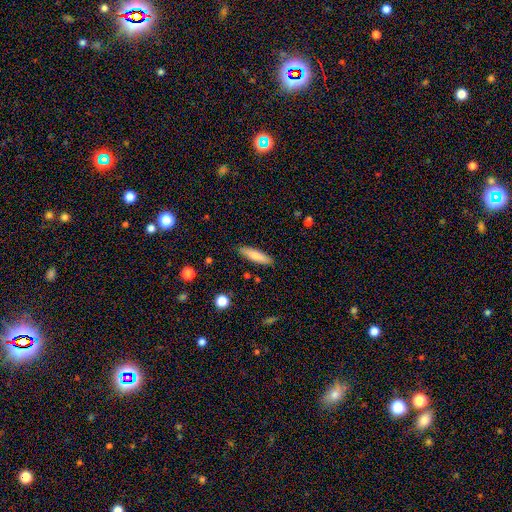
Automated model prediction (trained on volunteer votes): Smooth or featured?
  - smooth: 77% *
  - featured or disk: 17%
  - star or artifact: 6%
How rounded?
  - cigar-shaped: 74% *
  - in between: 24%
  - round: 2%
Merging?
  - none: 87% *
  - minor disturbance: 9%
  - major disturbance: 2%
  - merger: 2%